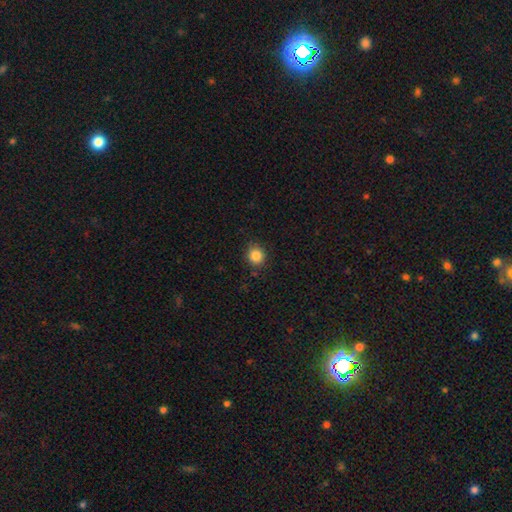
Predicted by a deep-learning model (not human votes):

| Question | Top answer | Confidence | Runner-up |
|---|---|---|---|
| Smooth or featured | smooth | 85% | star or artifact (11%) |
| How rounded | round | 85% | in between (14%) |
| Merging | none | 86% | minor disturbance (10%) |